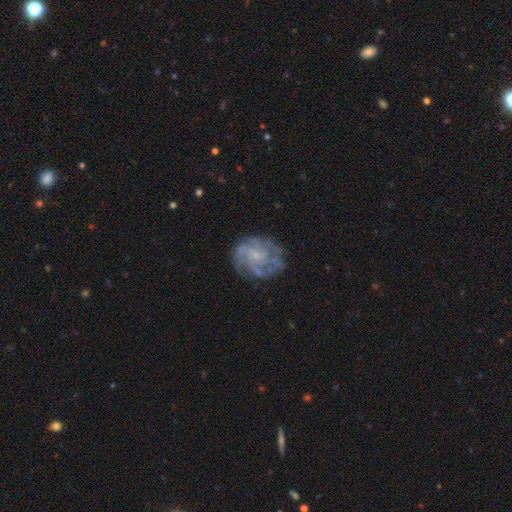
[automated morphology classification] Smooth or featured?
  - featured or disk: 77% *
  - smooth: 14%
  - star or artifact: 9%
Edge-on disk?
  - no: 98% *
  - yes: 2%
Bar?
  - no: 66% *
  - weak: 29%
  - strong: 5%
Spiral arms?
  - yes: 89% *
  - no: 11%
Spiral winding?
  - tight: 45% *
  - medium: 40%
  - loose: 15%
Spiral arm count?
  - can't tell: 33% *
  - 3: 23%
  - 4: 19%
  - 2: 13%
  - more than 4: 7%
  - 1: 6%
Bulge size?
  - small: 57% *
  - none: 26%
  - moderate: 14%
  - large: 1%
  - dominant: 1%
Merging?
  - none: 70% *
  - minor disturbance: 17%
  - major disturbance: 10%
  - merger: 2%